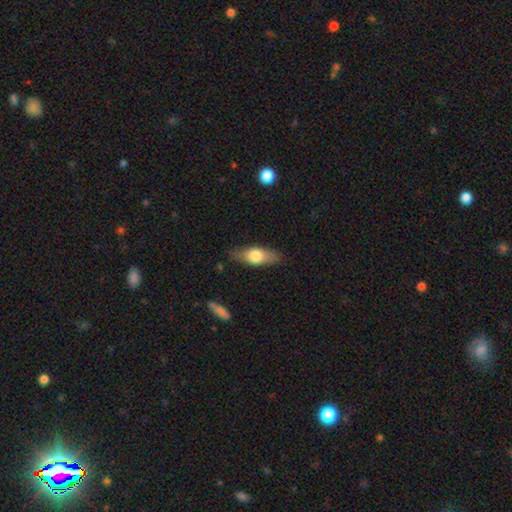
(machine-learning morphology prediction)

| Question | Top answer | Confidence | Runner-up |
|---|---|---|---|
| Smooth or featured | smooth | 64% | featured or disk (30%) |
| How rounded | in between | 70% | cigar-shaped (26%) |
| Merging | none | 80% | minor disturbance (15%) |